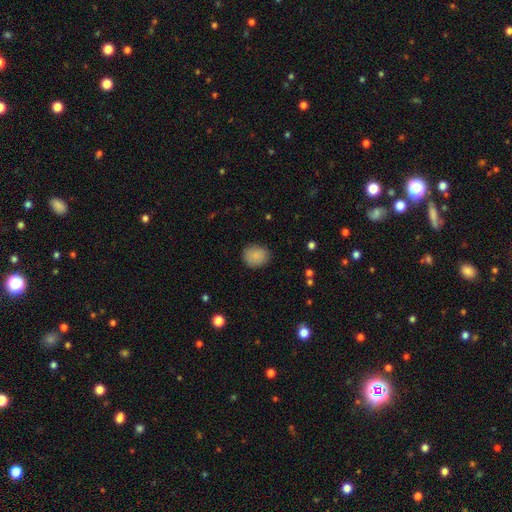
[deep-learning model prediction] This appears to be a smooth galaxy with no disk features (87%) that is round (67%). Merging: none (84%).